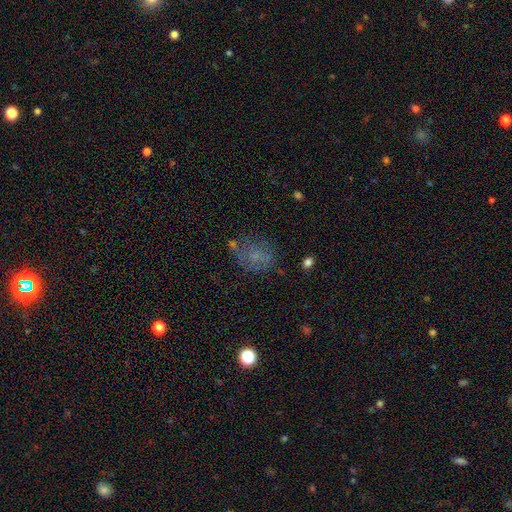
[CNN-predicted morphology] Overall: smooth (46%; featured or disk 34%). Merging: none (55%; minor disturbance 22%).